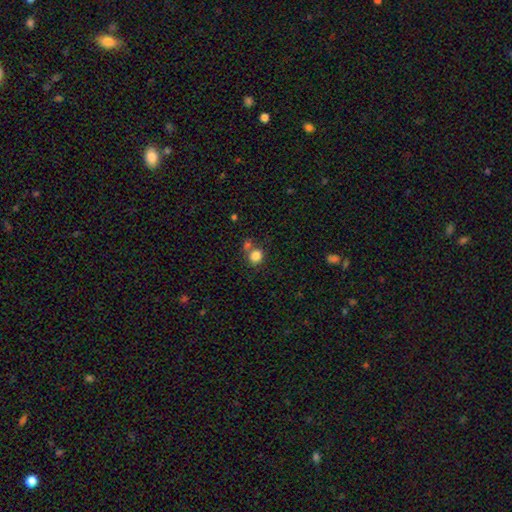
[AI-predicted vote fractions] Smooth or featured? smooth (83%)
How rounded? round (76%)
Merging? none (56%)